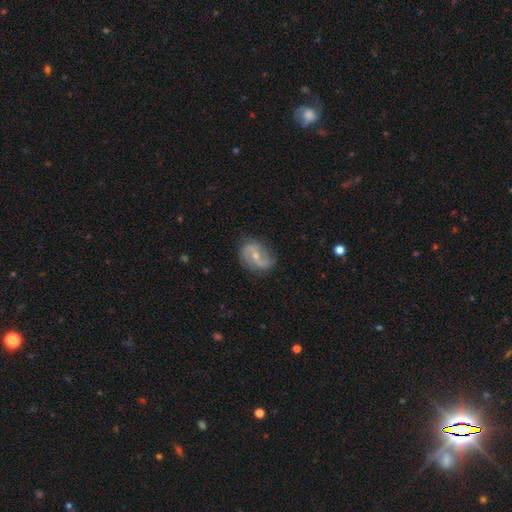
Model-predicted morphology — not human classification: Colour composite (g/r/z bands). It shows a featured or disk galaxy (79%) with a weak bar (43%), 2 (86%) loose (48%) spiral arms (93%) and a small central bulge (55%). Merging: none (74%).